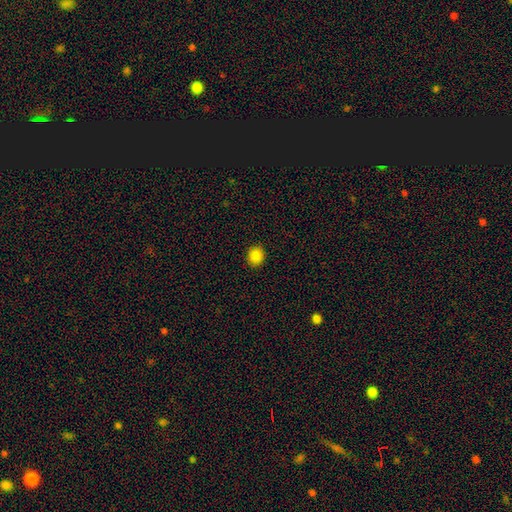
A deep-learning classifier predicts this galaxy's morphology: Smooth or featured: smooth — 86% (star or artifact — 11%)
How rounded: round — 74% (in between — 25%)
Merging: none — 92% (minor disturbance — 6%)